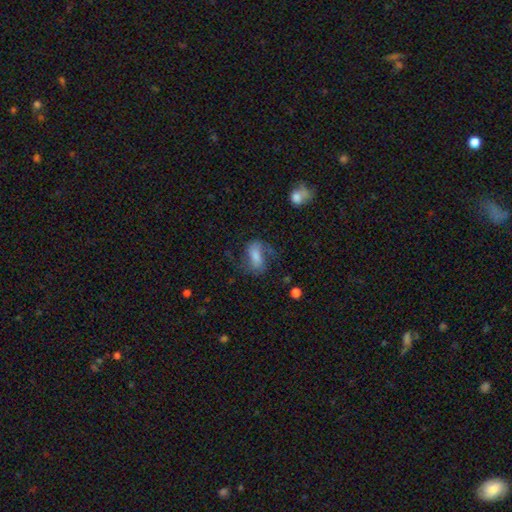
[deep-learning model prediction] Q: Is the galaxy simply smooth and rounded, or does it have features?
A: featured or disk — 47%.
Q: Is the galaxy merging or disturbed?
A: none — 57%.